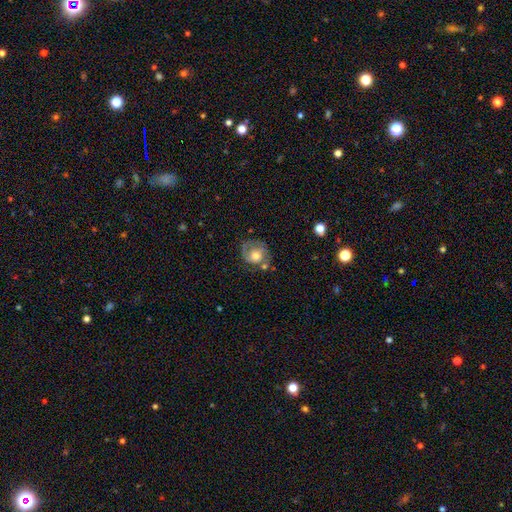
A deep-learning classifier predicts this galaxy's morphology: This is possibly a featured or disk galaxy (46%, tied with smooth). Merging: possibly none (51%).